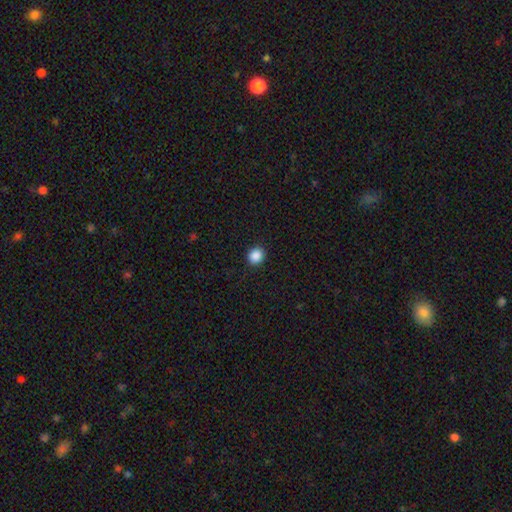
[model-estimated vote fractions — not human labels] smooth-or-featured: smooth: 88% | star or artifact: 9% | featured or disk: 2%
  how-rounded: round: 79% | in between: 20% | cigar-shaped: 1%
  merging: none: 91% | minor disturbance: 6% | major disturbance: 2% | merger: 1%